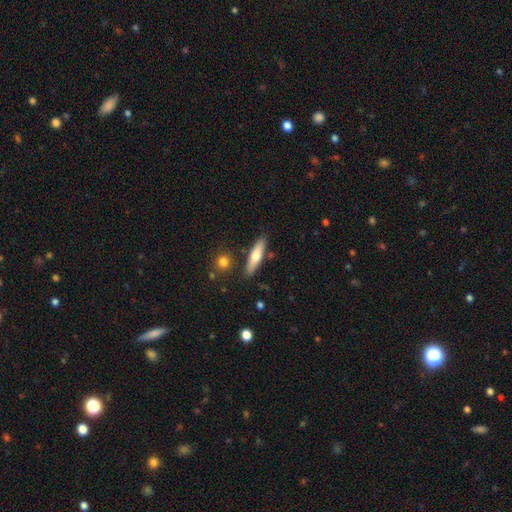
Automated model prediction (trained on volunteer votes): smooth 58%, featured or disk 36%, star or artifact 6%. Down the decision tree: how rounded — cigar-shaped (73%); merging — none (83%).